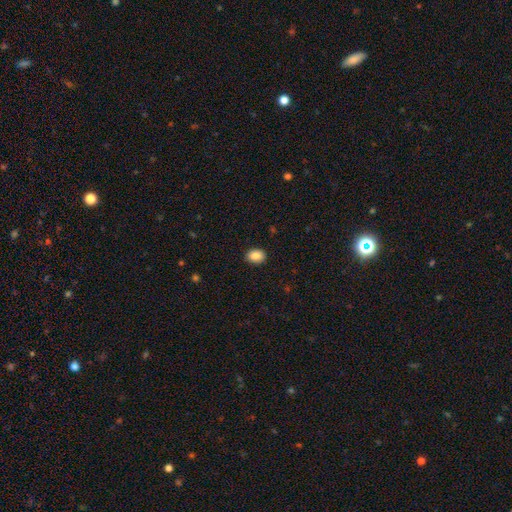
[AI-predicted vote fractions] This appears to be a smooth galaxy with no disk features (88%) that is in between round and cigar-shaped (69%). Merging: none (89%).